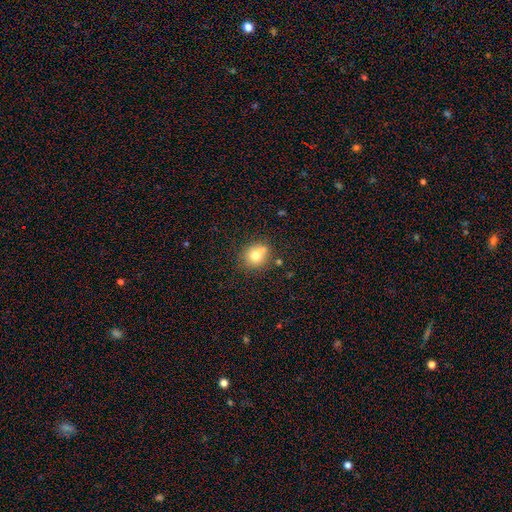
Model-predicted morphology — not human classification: Smooth or featured? Predicted: smooth (p=0.75). How rounded? Predicted: round (p=0.76). Merging? Predicted: none (p=0.65).